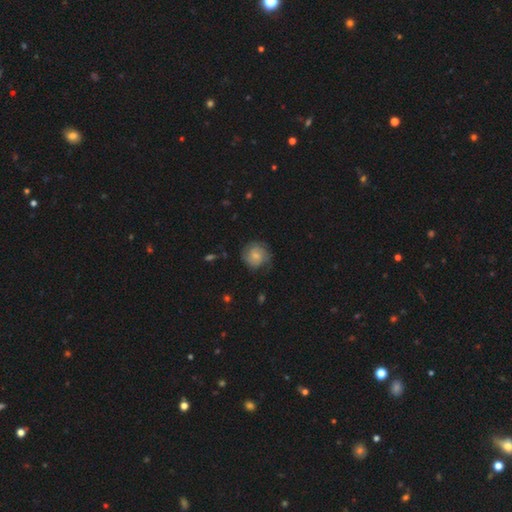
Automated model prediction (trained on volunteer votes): A smooth galaxy with no disk features (51%) that is round (87%).

Vote fractions:
- Smooth or featured? smooth: 51% / featured or disk: 41% / star or artifact: 8%
- How rounded? round: 87% / in between: 12% / cigar-shaped: 1%
- Merging? none: 67% / minor disturbance: 23% / major disturbance: 9% / merger: 1%